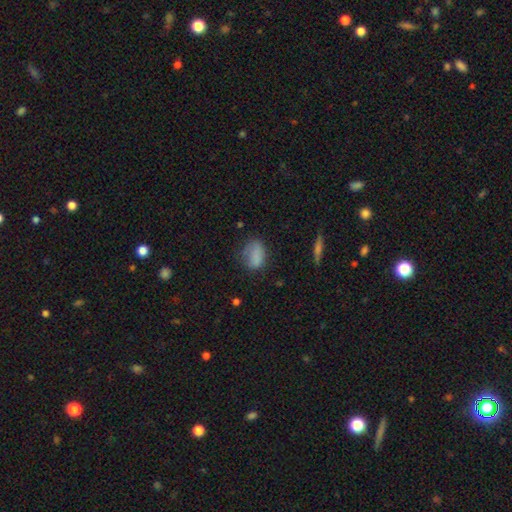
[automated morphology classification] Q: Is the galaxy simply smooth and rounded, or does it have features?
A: smooth — 79%.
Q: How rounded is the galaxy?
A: in between — 79%.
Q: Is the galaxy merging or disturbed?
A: none — 53%.